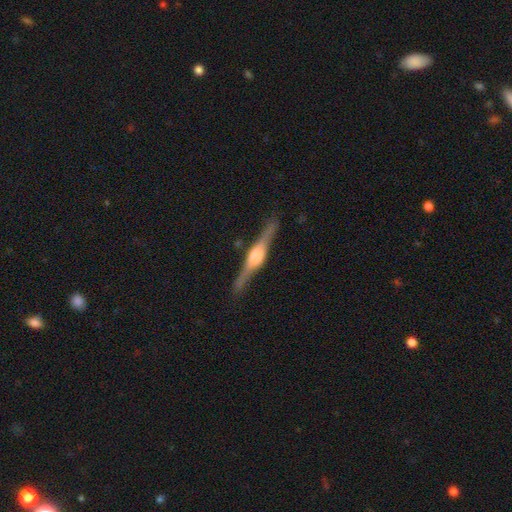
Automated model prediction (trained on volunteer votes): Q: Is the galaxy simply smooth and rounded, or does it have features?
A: featured or disk — 84%.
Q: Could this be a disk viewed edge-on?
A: yes — 98%.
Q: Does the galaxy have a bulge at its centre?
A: rounded — 81%.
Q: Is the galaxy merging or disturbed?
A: none — 89%.